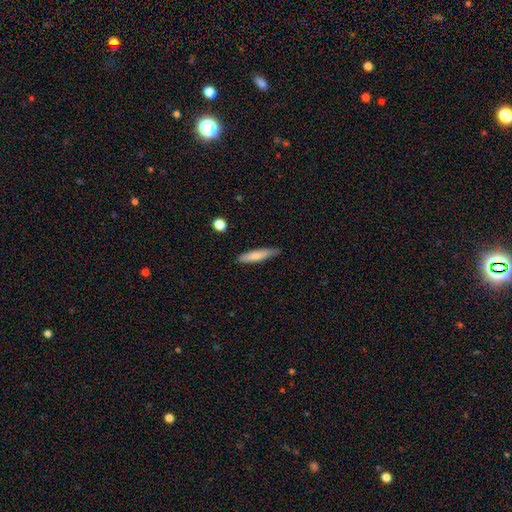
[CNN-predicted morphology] smooth_or_featured: smooth (p=0.75) [alt: featured or disk p=0.19]
how_rounded: cigar-shaped (p=0.82) [alt: in between p=0.16]
merging: none (p=0.79) [alt: minor disturbance p=0.17]